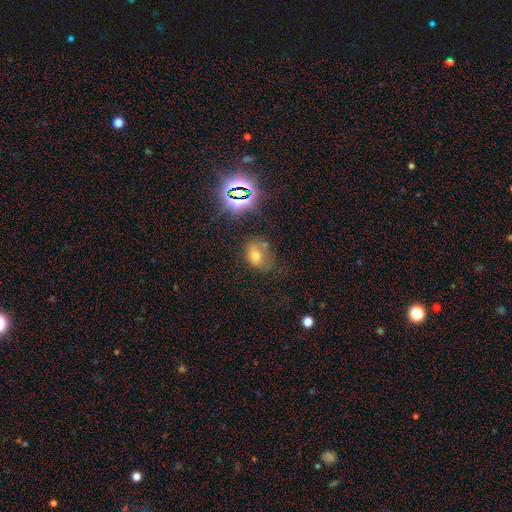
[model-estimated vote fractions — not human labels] Morphology: type=smooth (56%); roundness=in between (67%); merging=none (47%).